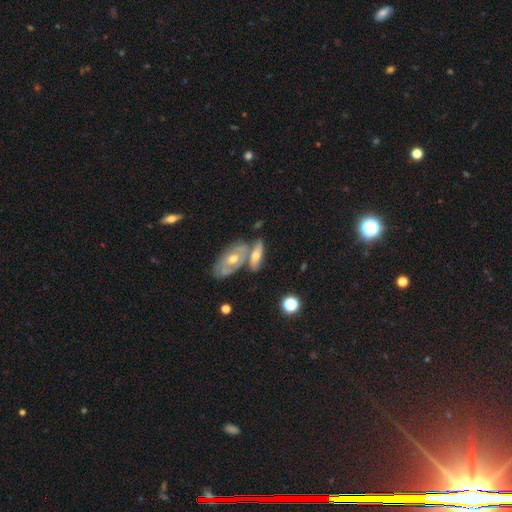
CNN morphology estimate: Q: Smooth or featured?
A: featured or disk (52%); runner-up: smooth (41%)
Q: Edge-on disk?
A: no (58%); runner-up: yes (42%)
Q: Merging?
A: none (44%); runner-up: merger (38%)